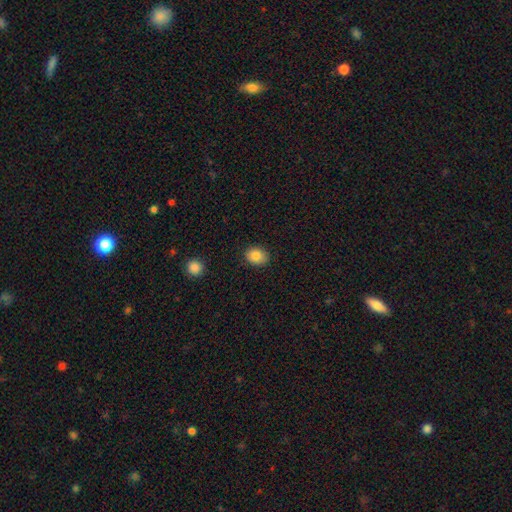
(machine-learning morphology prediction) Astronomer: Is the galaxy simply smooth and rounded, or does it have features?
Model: smooth — 85%.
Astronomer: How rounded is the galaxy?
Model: in between — 59% (runner-up: round, 40%).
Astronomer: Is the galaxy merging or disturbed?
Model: none — 87%.